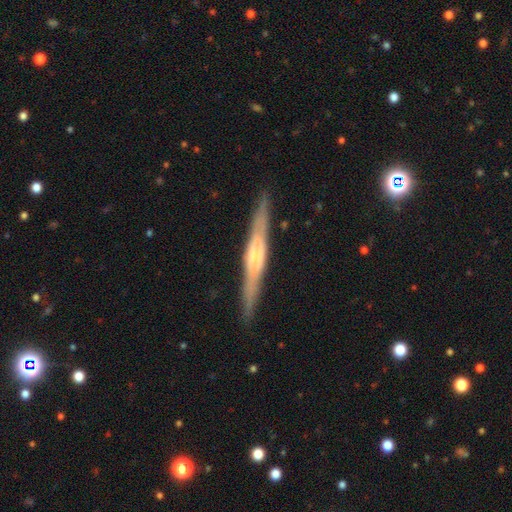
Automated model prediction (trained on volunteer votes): This is likely a featured or disk galaxy (77%). It is clearly viewed edge-on (96%). Edge-on bulge: likely rounded (66%). Merging: clearly none (89%).